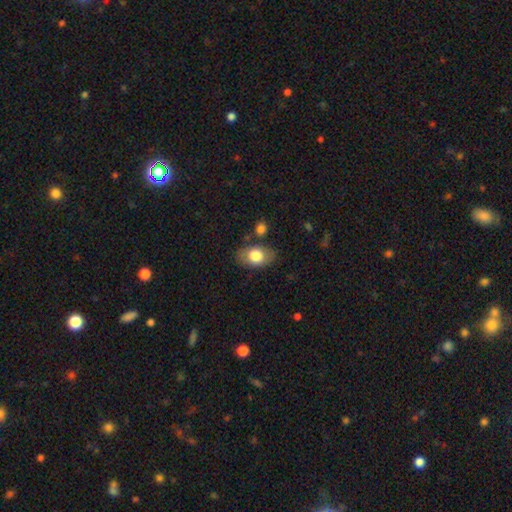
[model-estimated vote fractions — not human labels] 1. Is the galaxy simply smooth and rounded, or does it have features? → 75% smooth, 18% featured or disk, 7% star or artifact.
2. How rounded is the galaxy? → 84% in between, 15% round, 1% cigar-shaped.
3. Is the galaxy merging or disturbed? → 75% none, 15% minor disturbance, 5% merger, 4% major disturbance.